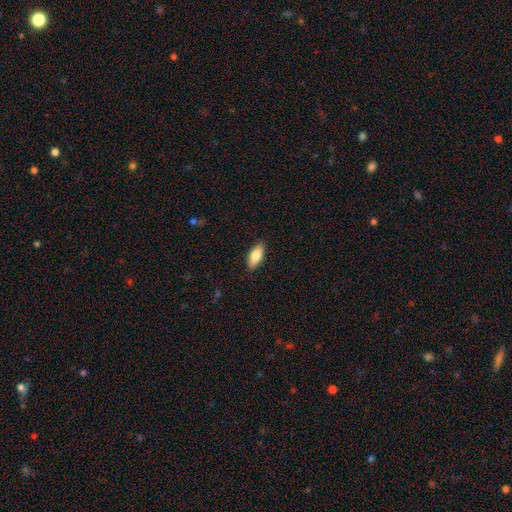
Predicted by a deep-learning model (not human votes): smooth_or_featured: smooth (p=0.80) [alt: featured or disk p=0.14]
how_rounded: in between (p=0.82) [alt: cigar-shaped p=0.16]
merging: none (p=0.88) [alt: minor disturbance p=0.09]